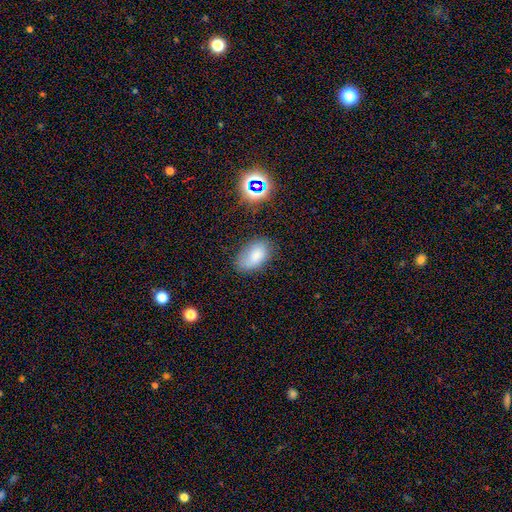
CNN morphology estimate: Smooth or featured? Predicted: smooth (p=0.77). How rounded? Predicted: in between (p=0.92). Merging? Predicted: none (p=0.67).